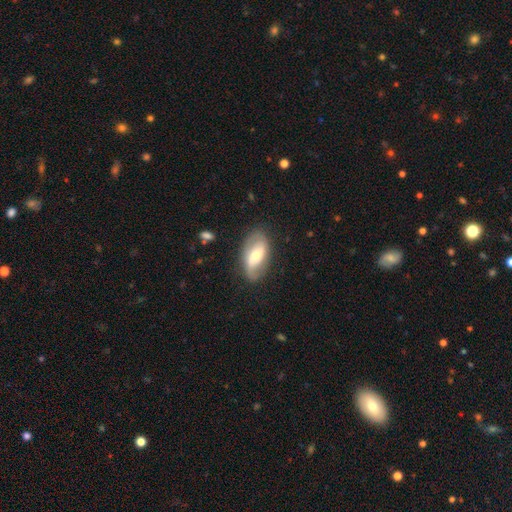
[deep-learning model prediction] This appears to be a featured or disk galaxy (61%) with a weak bar (40%), spiral arms (79%) and a moderate central bulge (54%). Merging: none (76%).